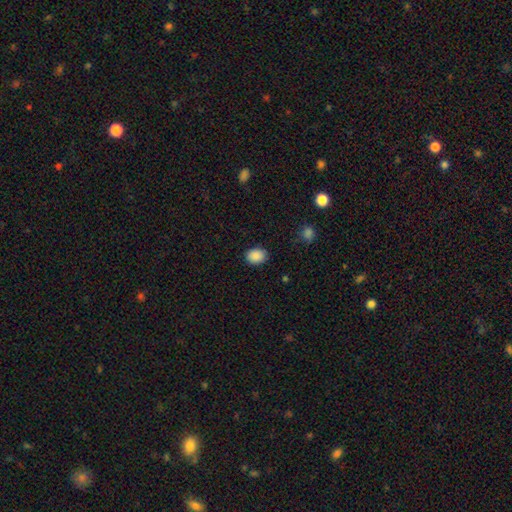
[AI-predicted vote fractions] smooth 89%, star or artifact 8%, featured or disk 3%. Down the decision tree: how rounded — in between (57%); merging — none (87%).